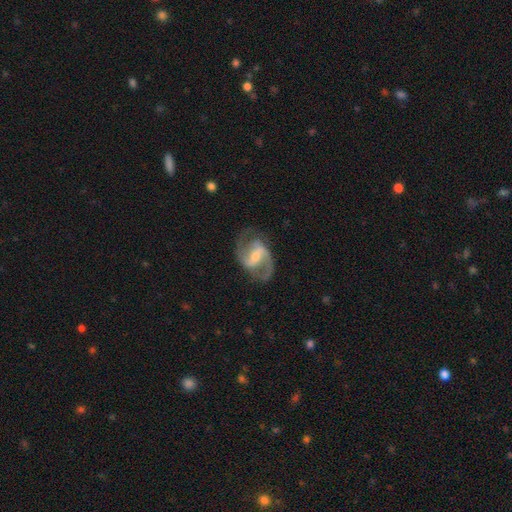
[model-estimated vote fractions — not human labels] Q: Smooth or featured?
A: featured or disk (89%); runner-up: smooth (6%)
Q: Edge-on disk?
A: no (98%); runner-up: yes (2%)
Q: Bar?
A: weak (45%); runner-up: strong (40%)
Q: Spiral arms?
A: yes (97%); runner-up: no (3%)
Q: Spiral winding?
A: medium (56%); runner-up: loose (30%)
Q: Spiral arm count?
A: 2 (92%); runner-up: can't tell (3%)
Q: Bulge size?
A: small (48%); runner-up: moderate (43%)
Q: Merging?
A: none (76%); runner-up: minor disturbance (14%)